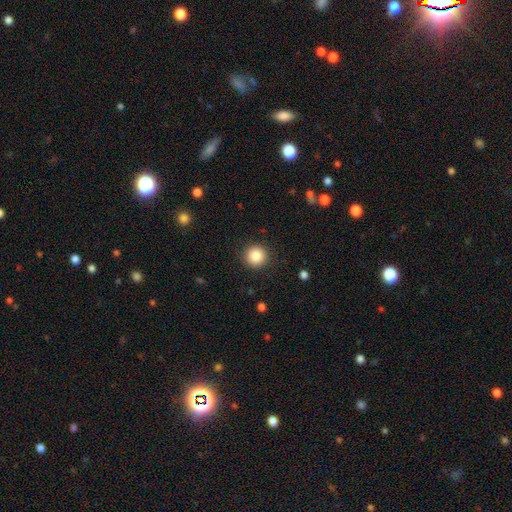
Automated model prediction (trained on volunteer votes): A smooth galaxy with no disk features (86%) that is round (95%). Merging: none (91%).